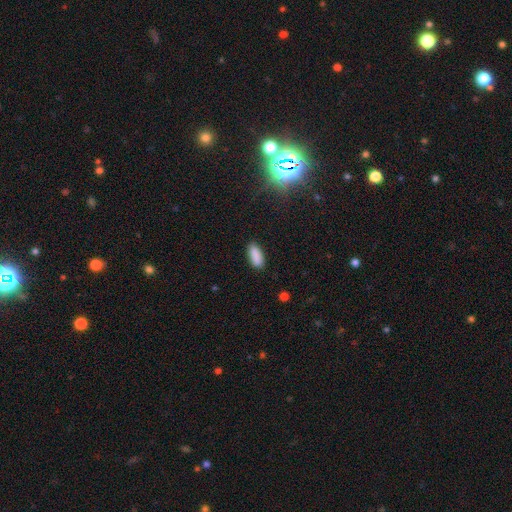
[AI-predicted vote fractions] Smooth or featured? Predicted: smooth (p=0.89). How rounded? Predicted: in between (p=0.77). Merging? Predicted: none (p=0.86).